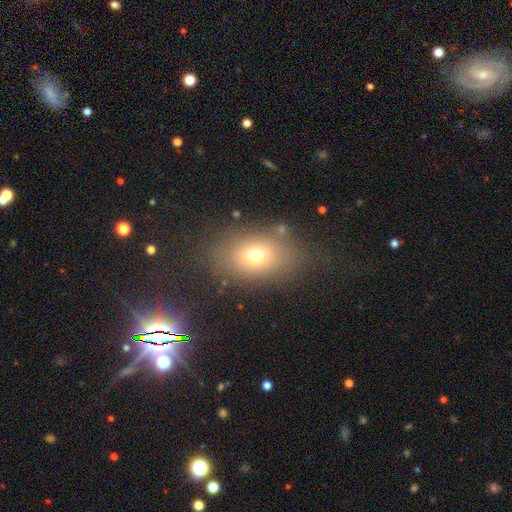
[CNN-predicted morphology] Overall: smooth (69%). How rounded: in between (71%). Merging: none (75%).